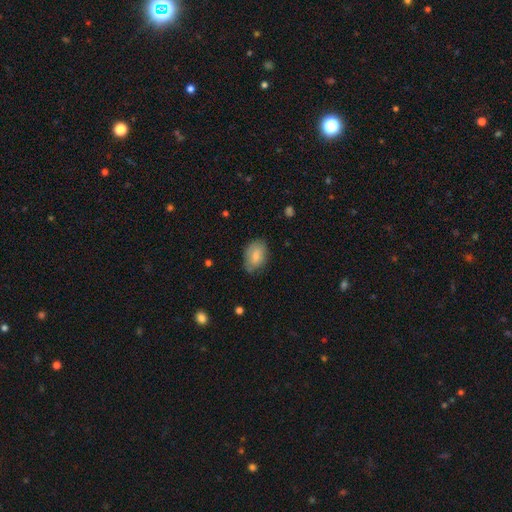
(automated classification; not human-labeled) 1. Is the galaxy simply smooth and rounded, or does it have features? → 71% smooth, 22% featured or disk, 7% star or artifact.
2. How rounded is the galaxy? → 86% in between, 12% round, 1% cigar-shaped.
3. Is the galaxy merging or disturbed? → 67% none, 26% minor disturbance, 5% major disturbance, 1% merger.